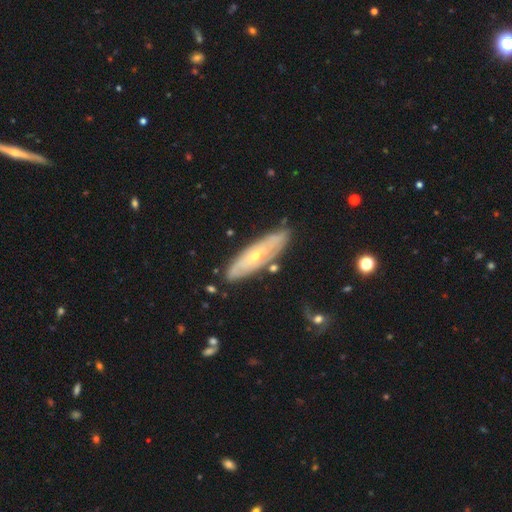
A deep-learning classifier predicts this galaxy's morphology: Smooth or featured: featured or disk — 71% (smooth — 23%)
Edge-on disk: no — 69% (yes — 31%)
Merging: none — 80% (minor disturbance — 14%)